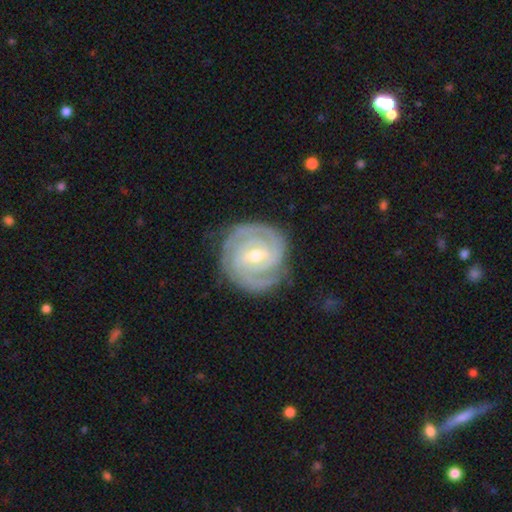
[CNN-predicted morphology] Smooth or featured? featured or disk (91%)
Edge-on disk? no (98%)
Bar? weak (54%)
Spiral arms? yes (98%)
Spiral winding? tight (82%)
Spiral arm count? 2 (40%)
Bulge size? moderate (58%)
Merging? none (83%)